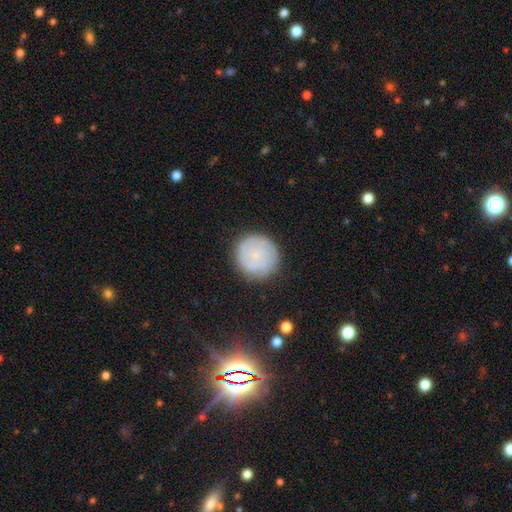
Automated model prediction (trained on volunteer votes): smooth 50%, featured or disk 42%, star or artifact 8%. Down the decision tree: how rounded — round (94%); merging — none (84%).